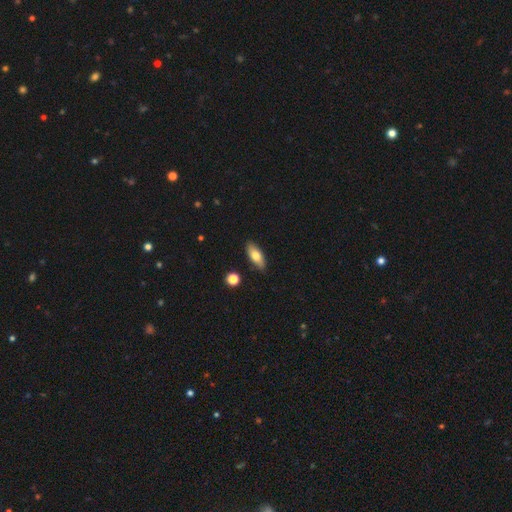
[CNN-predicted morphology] Smooth or featured? Predicted: smooth (p=0.70). How rounded? Predicted: in between (p=0.76). Merging? Predicted: none (p=0.87).